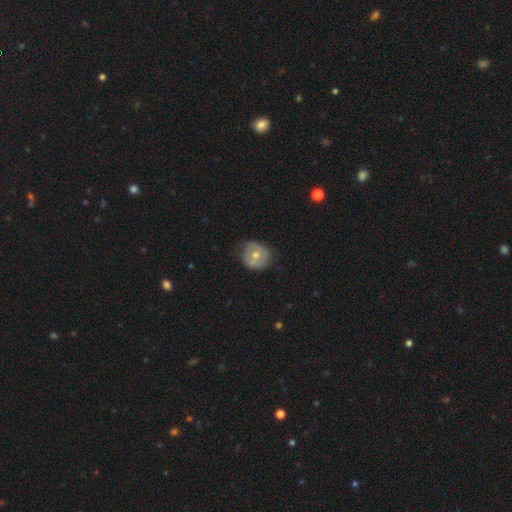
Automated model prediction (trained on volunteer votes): smooth_or_featured: smooth (p=0.49) [alt: featured or disk p=0.44]
merging: none (p=0.68) [alt: minor disturbance p=0.25]